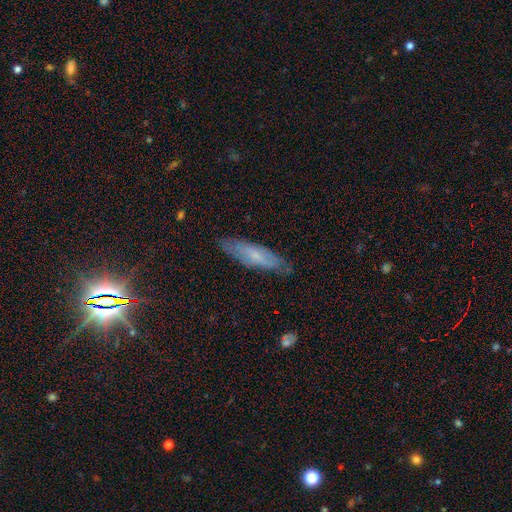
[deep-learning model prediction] smooth-or-featured: featured or disk: 46% (tied) | smooth: 46% (tied) | star or artifact: 8%
  merging: none: 80% | minor disturbance: 16% | major disturbance: 3% | merger: 1%